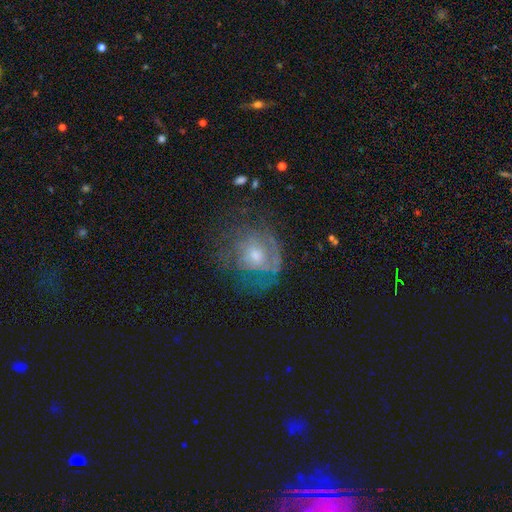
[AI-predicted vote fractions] Smooth or featured?
  - featured or disk: 62% *
  - smooth: 29%
  - star or artifact: 10%
Edge-on disk?
  - no: 97% *
  - yes: 3%
Bar?
  - no: 76% *
  - weak: 21%
  - strong: 3%
Spiral arms?
  - yes: 62% *
  - no: 38%
Bulge size?
  - moderate: 47% *
  - small: 42%
  - large: 6%
  - none: 4%
  - dominant: 1%
Merging?
  - none: 51% *
  - major disturbance: 25%
  - minor disturbance: 22%
  - merger: 2%